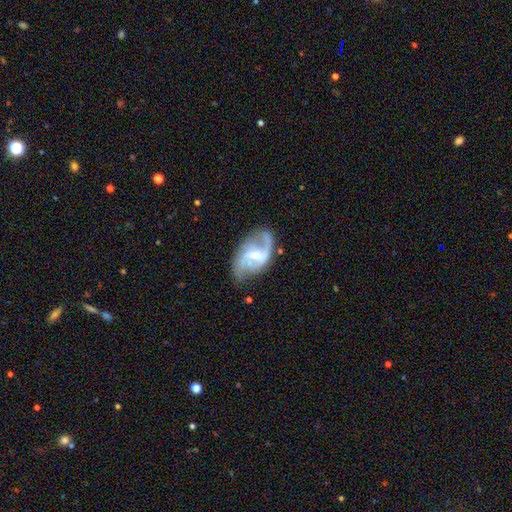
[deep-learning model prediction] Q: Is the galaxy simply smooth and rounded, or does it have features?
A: featured or disk — 87%.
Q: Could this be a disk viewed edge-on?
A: no — 97%.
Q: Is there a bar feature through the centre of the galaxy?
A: weak — 57%.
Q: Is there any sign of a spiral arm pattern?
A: yes — 96%.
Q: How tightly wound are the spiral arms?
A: loose — 47%.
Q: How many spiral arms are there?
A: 2 — 84%.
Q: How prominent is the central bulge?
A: small — 48%.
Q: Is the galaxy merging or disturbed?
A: none — 69%.